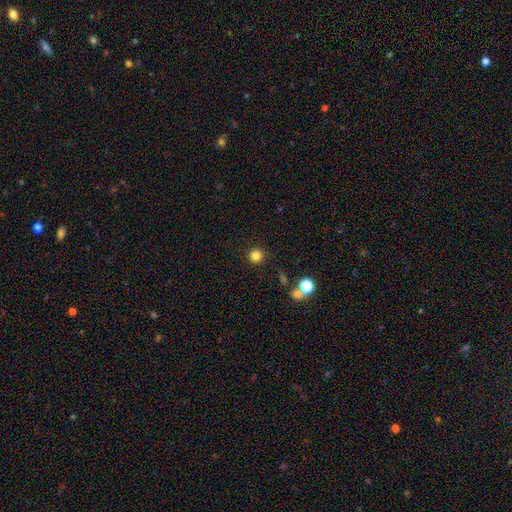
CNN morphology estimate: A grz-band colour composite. It shows a smooth galaxy with no disk features (82%) that is round (94%). Merging: none (88%).